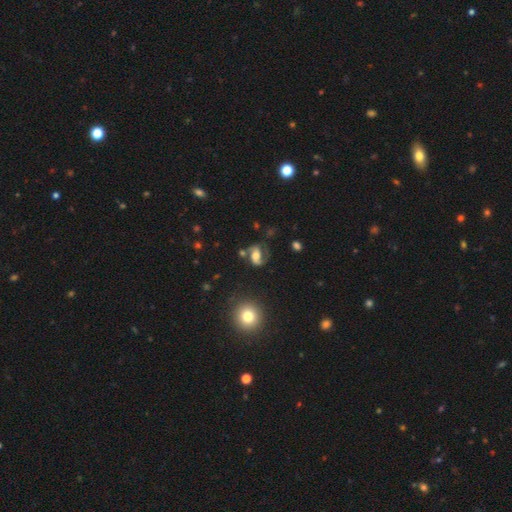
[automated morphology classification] Smooth or featured? featured or disk (63%)
Edge-on disk? no (96%)
Bar? weak (38%)
Spiral arms? yes (86%)
Spiral winding? medium (43%)
Spiral arm count? 2 (84%)
Bulge size? moderate (53%)
Merging? none (59%)